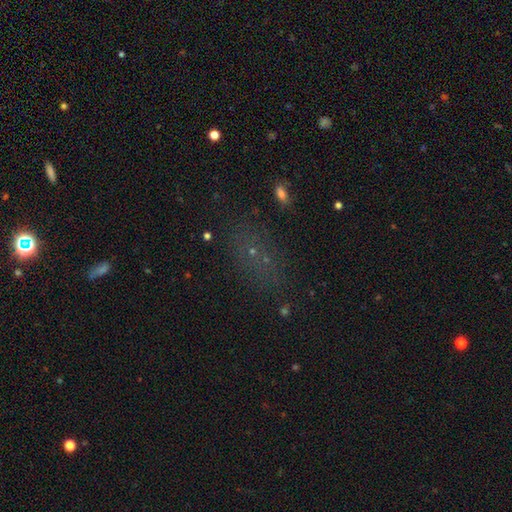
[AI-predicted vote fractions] star or artifact 43%, smooth 41%, featured or disk 16%.